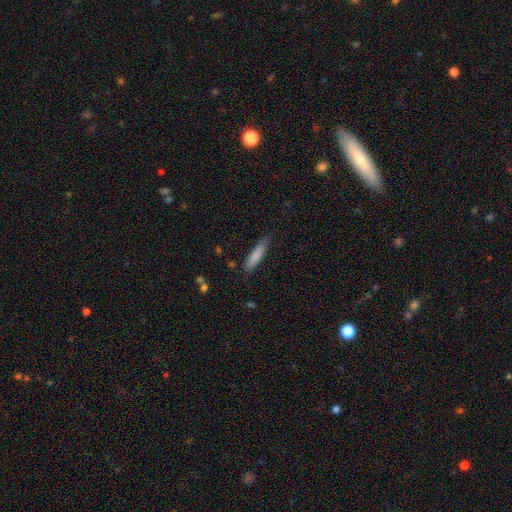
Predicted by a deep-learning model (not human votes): smooth_or_featured: smooth (p=0.80) [alt: featured or disk p=0.14]
how_rounded: cigar-shaped (p=0.78) [alt: in between p=0.20]
merging: none (p=0.77) [alt: minor disturbance p=0.18]